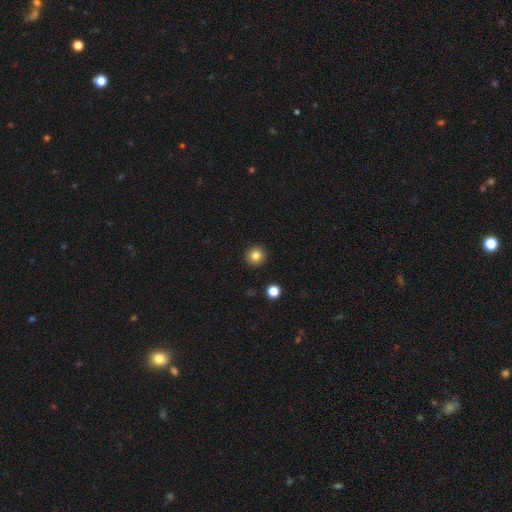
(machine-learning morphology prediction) Smooth or featured?
  - smooth: 83% *
  - star or artifact: 11%
  - featured or disk: 7%
How rounded?
  - round: 95% *
  - in between: 4%
  - cigar-shaped: 1%
Merging?
  - none: 93% *
  - minor disturbance: 4%
  - major disturbance: 2%
  - merger: 1%